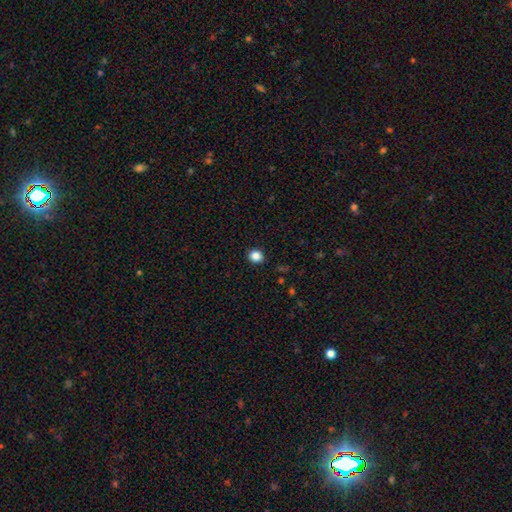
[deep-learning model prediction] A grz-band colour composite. It shows a smooth galaxy with no disk features (85%) that is round (78%). Merging: none (91%).